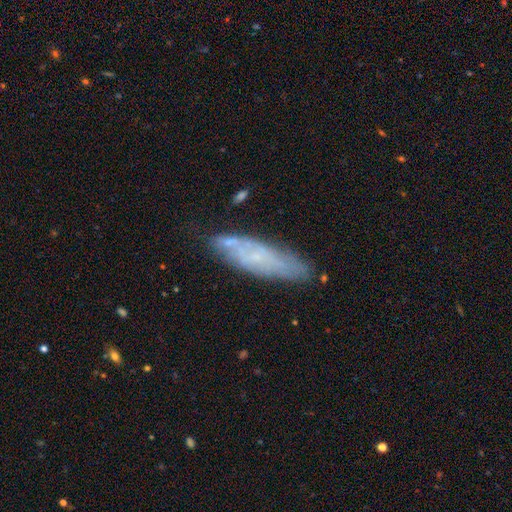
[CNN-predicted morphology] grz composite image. It shows a featured or disk galaxy (55%). Merging: none (69%).